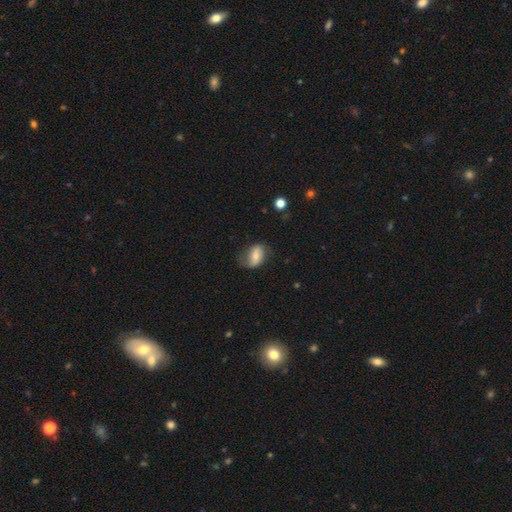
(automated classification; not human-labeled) Morphology: type=smooth (52%); roundness=in between (81%); merging=none (61%).